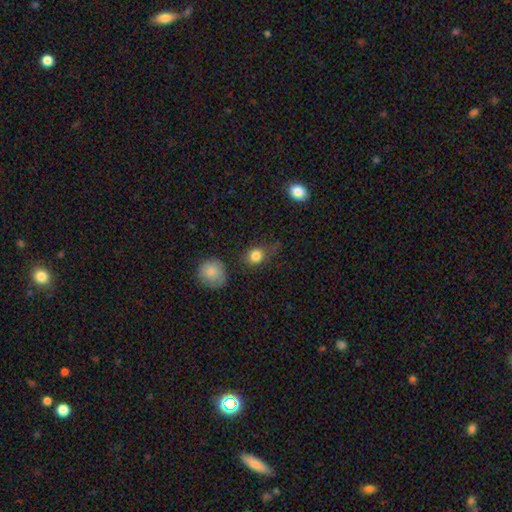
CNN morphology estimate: The model was most divided on "merging": none: 63%, minor disturbance: 23%, major disturbance: 9%, merger: 5%. More confident: smooth or featured — smooth (84%); how rounded — round (72%).